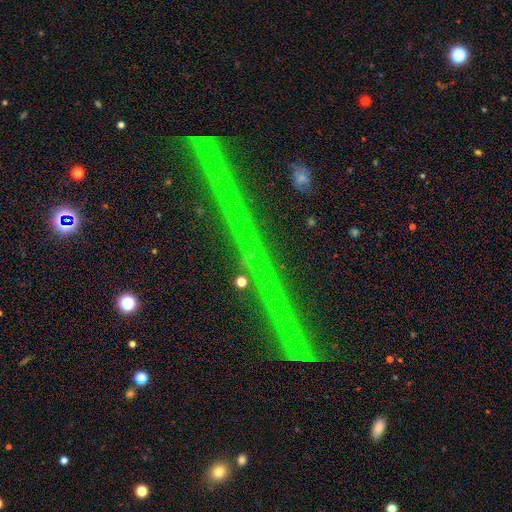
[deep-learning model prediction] Smooth or featured: star or artifact — 65% (featured or disk — 19%)